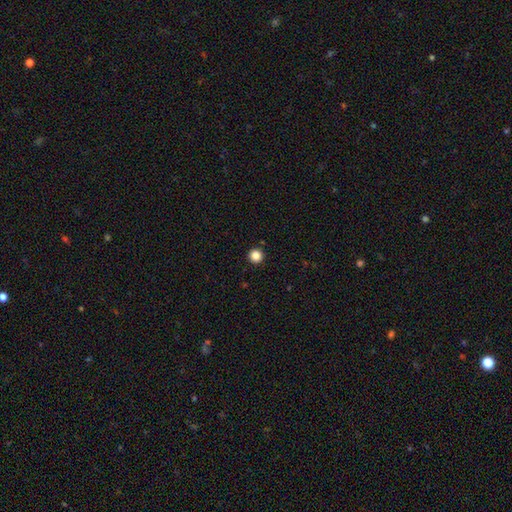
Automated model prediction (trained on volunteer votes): smooth 85%, star or artifact 12%, featured or disk 3%. Down the decision tree: how rounded — round (97%); merging — none (94%).